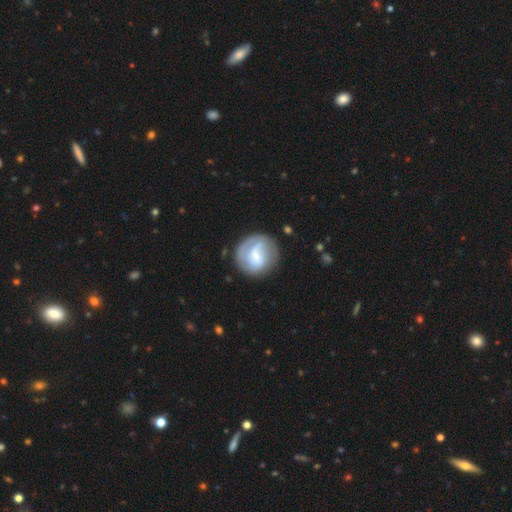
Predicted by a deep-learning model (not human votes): smooth-or-featured: featured or disk: 59% | smooth: 35% | star or artifact: 6%
  disk-edge-on: no: 98% | yes: 2%
    bar: weak: 49% | no: 35% | strong: 16%
    has-spiral-arms: yes: 79% | no: 21%
    bulge-size: small: 55% | moderate: 31% | none: 8% | large: 6% | dominant: 2%
  merging: none: 72% | minor disturbance: 16% | major disturbance: 9% | merger: 3%